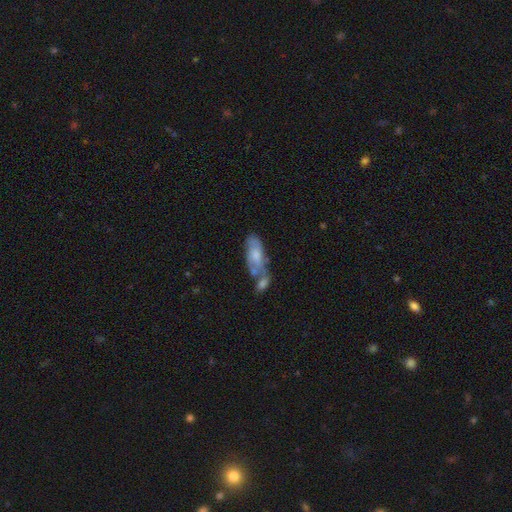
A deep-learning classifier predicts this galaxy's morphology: The model was most divided on "smooth or featured": smooth: 51%, featured or disk: 42%, star or artifact: 7%. Remaining: how rounded — in between (75%); merging — merger (46%).